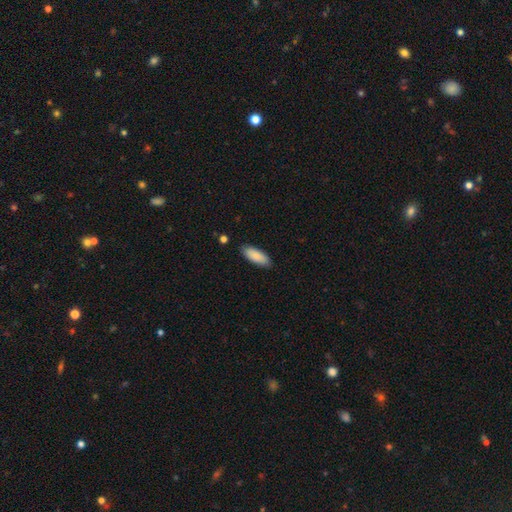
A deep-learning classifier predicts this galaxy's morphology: Smooth or featured? Predicted: smooth (p=0.89). How rounded? Predicted: in between (p=0.74). Merging? Predicted: none (p=0.87).